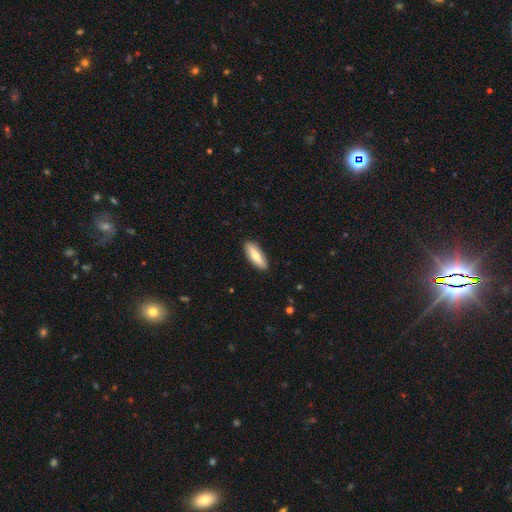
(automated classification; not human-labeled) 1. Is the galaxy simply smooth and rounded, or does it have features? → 73% smooth, 22% featured or disk, 5% star or artifact.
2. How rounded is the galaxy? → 51% in between, 47% cigar-shaped, 2% round.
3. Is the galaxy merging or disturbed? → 89% none, 8% minor disturbance, 2% major disturbance, 1% merger.